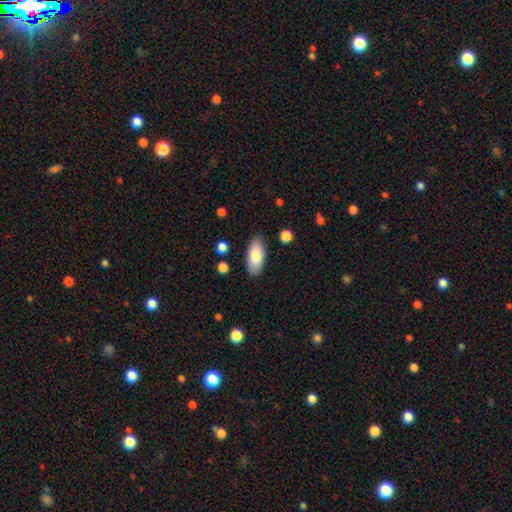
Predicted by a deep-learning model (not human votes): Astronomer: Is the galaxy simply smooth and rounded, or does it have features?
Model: smooth — 82%.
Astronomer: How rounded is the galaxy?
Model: in between — 87%.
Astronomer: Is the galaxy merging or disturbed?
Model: none — 87%.